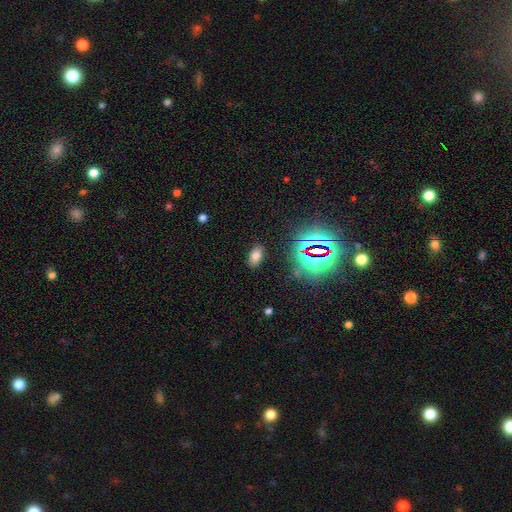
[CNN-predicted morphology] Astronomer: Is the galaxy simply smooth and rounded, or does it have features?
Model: smooth — 69%.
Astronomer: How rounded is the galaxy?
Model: in between — 91%.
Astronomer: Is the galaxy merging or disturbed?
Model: none — 87%.